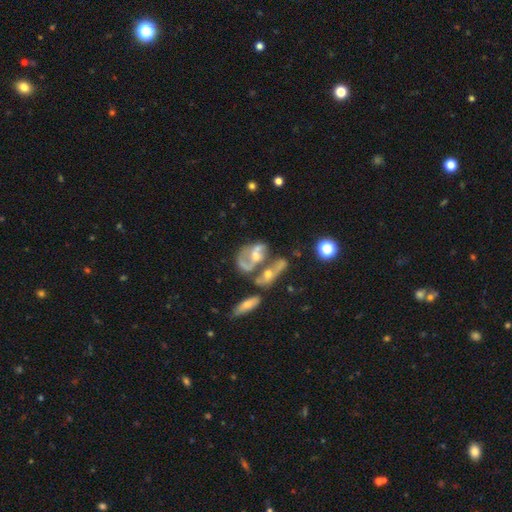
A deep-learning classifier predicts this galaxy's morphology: Smooth or featured? Predicted: featured or disk (p=0.69). Edge-on disk? Predicted: no (p=0.94). Bar? Predicted: no (p=0.58). Spiral arms? Predicted: yes (p=0.65). Bulge size? Predicted: moderate (p=0.54). Merging? Predicted: merger (p=0.49).